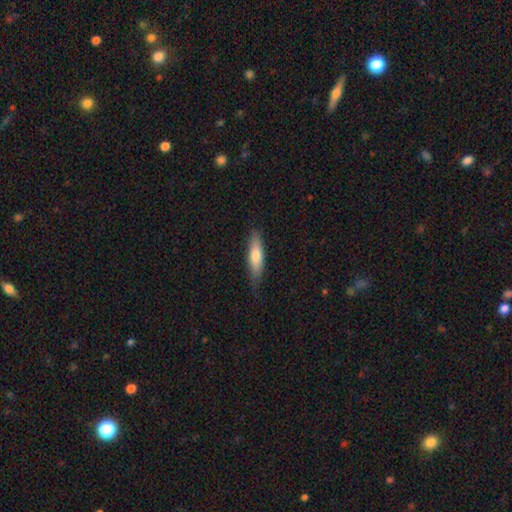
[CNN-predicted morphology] type=smooth (66%); roundness=cigar-shaped (68%); merging=none (76%).